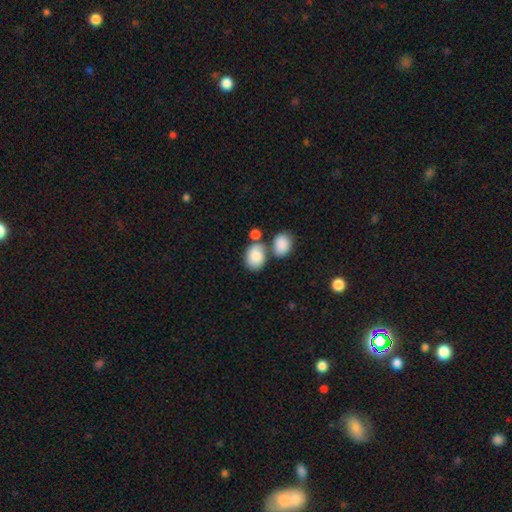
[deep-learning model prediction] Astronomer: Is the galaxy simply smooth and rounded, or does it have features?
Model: smooth — 84%.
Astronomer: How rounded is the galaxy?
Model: in between — 71%.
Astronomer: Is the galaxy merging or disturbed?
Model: none — 41% (runner-up: merger, 38%).